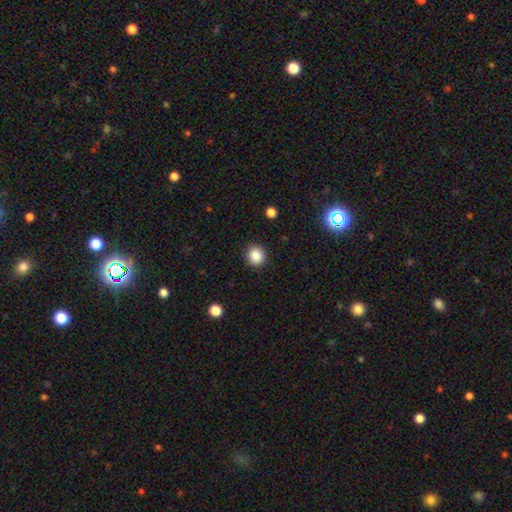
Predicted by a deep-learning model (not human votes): Smooth or featured: smooth — 86% (star or artifact — 10%)
How rounded: round — 86% (in between — 13%)
Merging: none — 91% (minor disturbance — 6%)